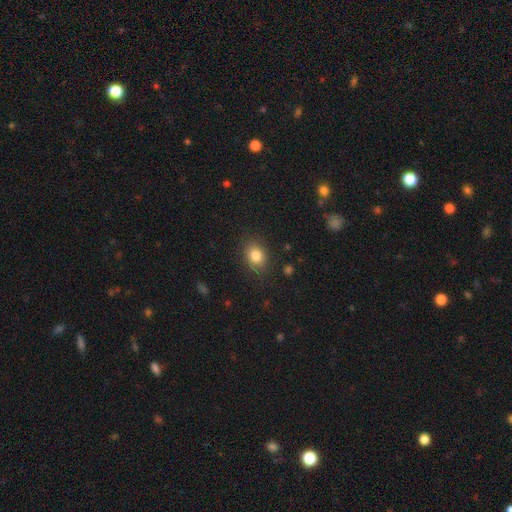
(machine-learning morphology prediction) This is clearly a smooth galaxy (83%). How rounded: possibly in between (55%). Merging: clearly none (85%).